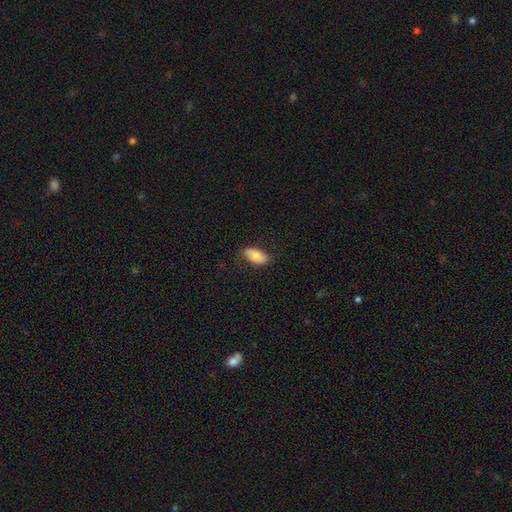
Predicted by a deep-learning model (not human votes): Overall: smooth (73%). How rounded: in between (93%). Merging: none (78%).